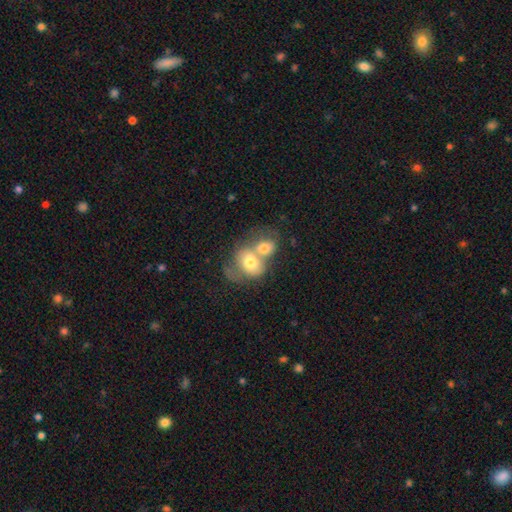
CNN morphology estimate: This appears to be a smooth galaxy with no disk features (52%) that is round (57%). Merging: merger (75%).